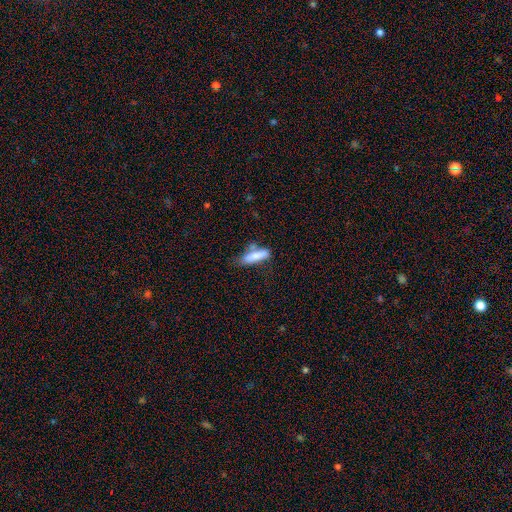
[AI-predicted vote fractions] The model was most divided on "merging": none: 51%, minor disturbance: 26%, merger: 14%, major disturbance: 10%. More confident: smooth or featured — smooth (78%); how rounded — cigar-shaped (69%).